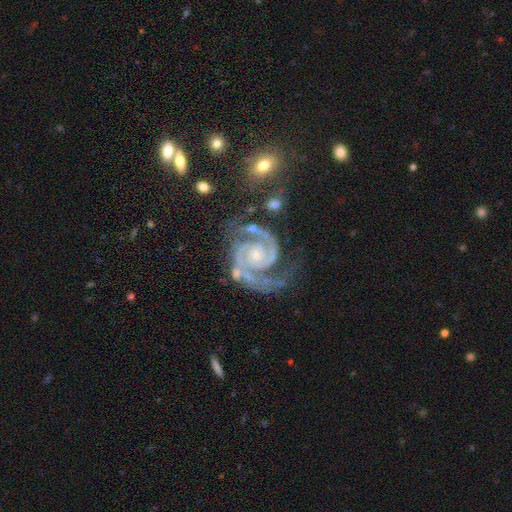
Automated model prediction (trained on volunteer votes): The model was most divided on "spiral winding": tight: 60%, medium: 36%, loose: 4%. More confident: spiral arms — yes (99%); edge-on disk — no (98%); smooth or featured — featured or disk (93%); spiral arm count — 2 (90%); bulge size — small (70%); bar — no (69%); merging — none (63%).